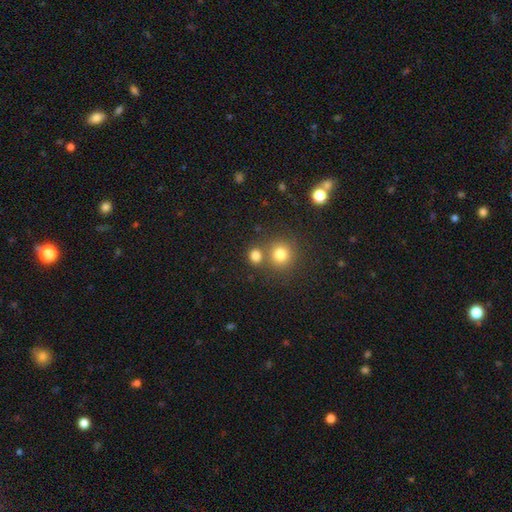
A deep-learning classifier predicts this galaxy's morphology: The model was most divided on "merging": none: 64%, merger: 25%, minor disturbance: 8%, major disturbance: 3%. More confident: smooth or featured — smooth (79%); how rounded — round (79%).